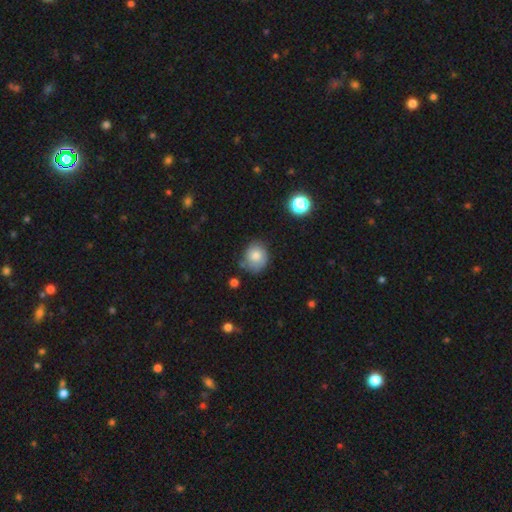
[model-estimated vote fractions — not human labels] The model was most divided on "how rounded": round: 69%, in between: 30%, cigar-shaped: 1%. More confident: smooth or featured — smooth (76%); merging — none (65%).